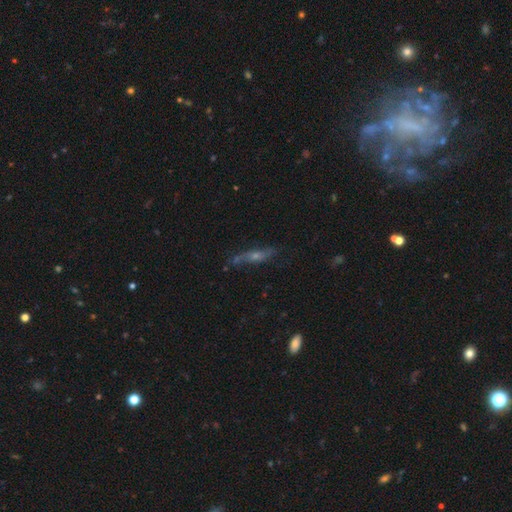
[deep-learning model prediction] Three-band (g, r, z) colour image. It shows a featured or disk galaxy (55%) viewed edge-on (67%). Merging: none (68%).